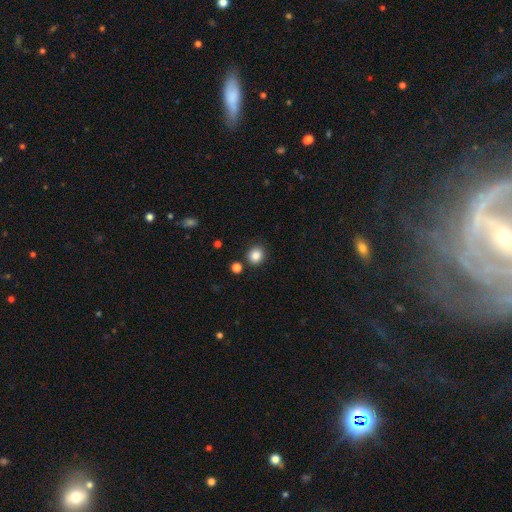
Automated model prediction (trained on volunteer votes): A smooth galaxy with no disk features (85%) that is round (83%). Merging: none (85%).